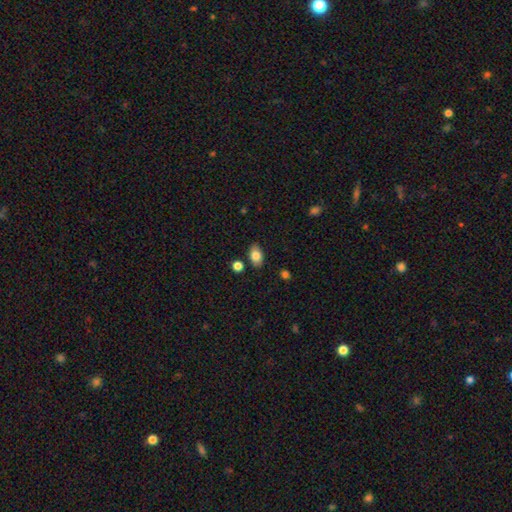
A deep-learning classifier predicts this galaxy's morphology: Smooth or featured? Predicted: smooth (p=0.83). How rounded? Predicted: in between (p=0.87). Merging? Predicted: none (p=0.83).